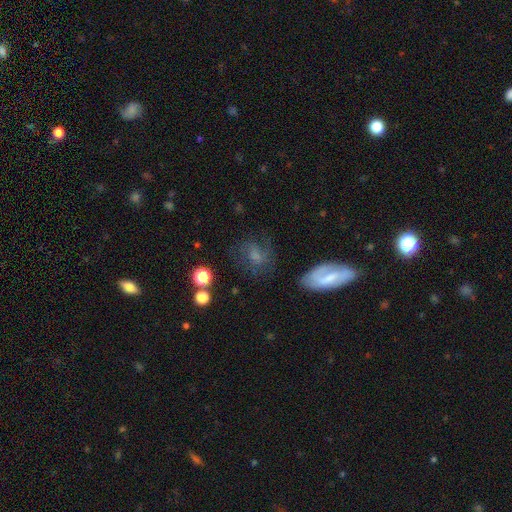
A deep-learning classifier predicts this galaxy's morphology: Smooth or featured? Predicted: smooth (p=0.45). Merging? Predicted: none (p=0.55).